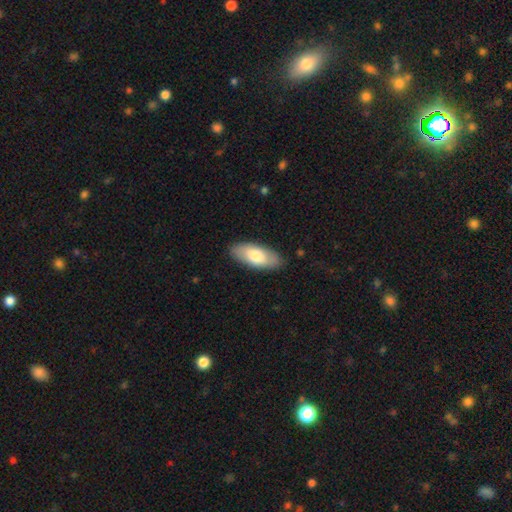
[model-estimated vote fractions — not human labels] smooth 71%, featured or disk 23%, star or artifact 5%. Down the decision tree: how rounded — in between (87%); merging — none (86%).